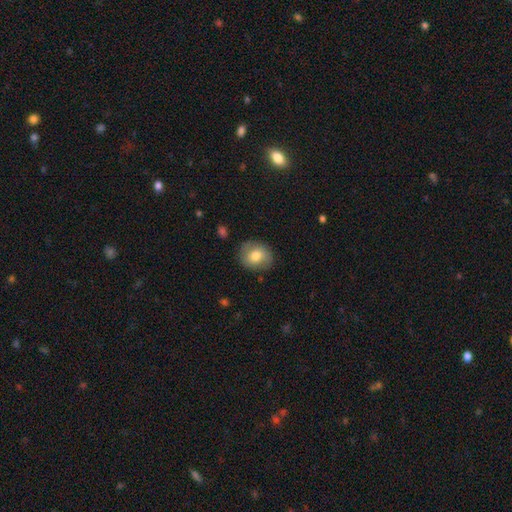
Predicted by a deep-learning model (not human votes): The model was most divided on "how rounded": round: 71%, in between: 28%, cigar-shaped: 1%. More confident: merging — none (82%); smooth or featured — smooth (71%).